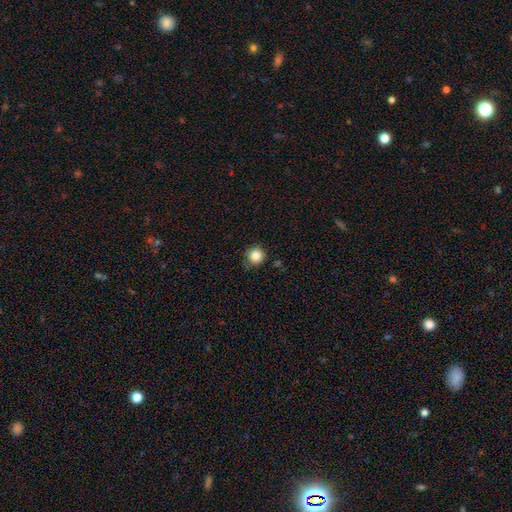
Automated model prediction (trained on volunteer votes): Overall: smooth (85%). How rounded: round (94%). Merging: none (86%).